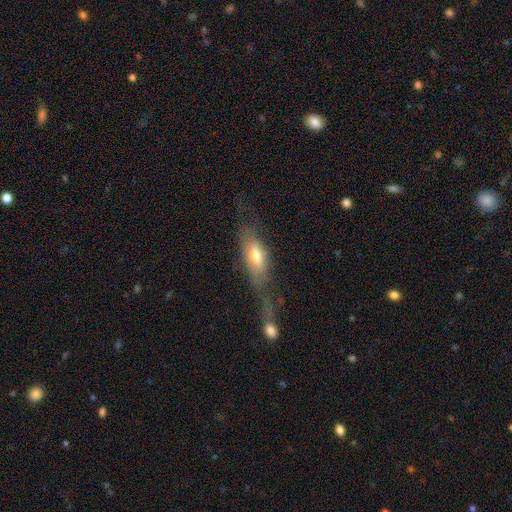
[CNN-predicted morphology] Smooth or featured? smooth (49%)
Merging? none (36%)